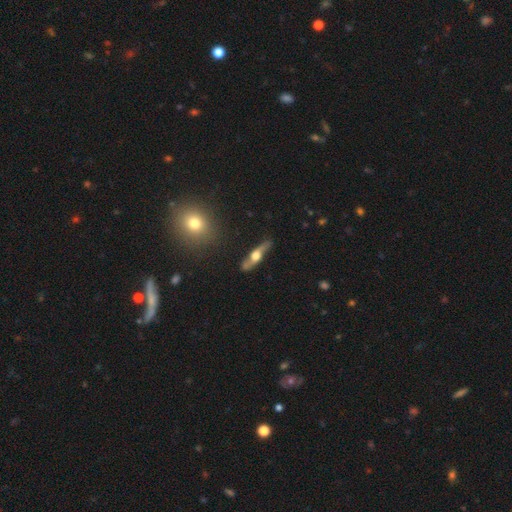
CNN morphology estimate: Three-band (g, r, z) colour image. It shows a featured or disk galaxy (70%) viewed edge-on (76%) with a rounded central bulge (92%). Merging: none (76%).